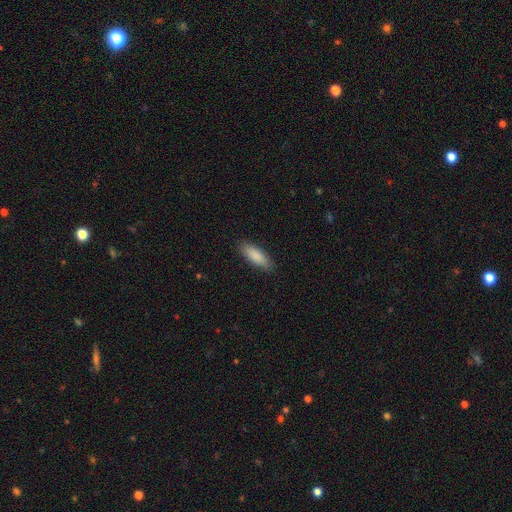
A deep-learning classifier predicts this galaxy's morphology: Smooth or featured?
  - smooth: 88% *
  - featured or disk: 7%
  - star or artifact: 5%
How rounded?
  - in between: 59% *
  - cigar-shaped: 39%
  - round: 2%
Merging?
  - none: 88% *
  - minor disturbance: 9%
  - major disturbance: 2%
  - merger: 1%